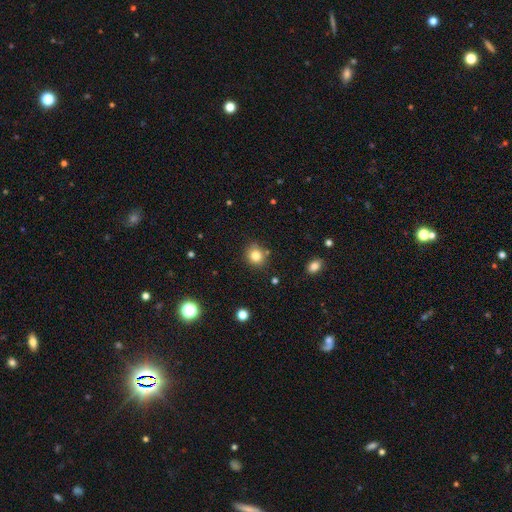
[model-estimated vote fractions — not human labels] smooth 82%, star or artifact 11%, featured or disk 6%. Down the decision tree: how rounded — round (83%); merging — none (82%).